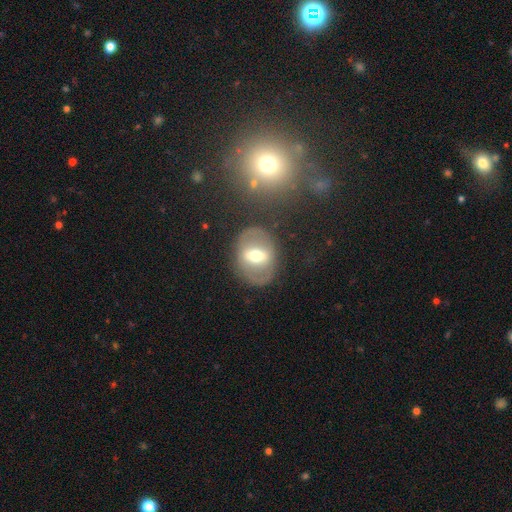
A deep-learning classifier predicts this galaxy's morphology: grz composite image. It shows a featured or disk galaxy (58%) with a strong bar (51%), no spiral arms (72%) and a moderate central bulge (68%). Merging: none (77%).